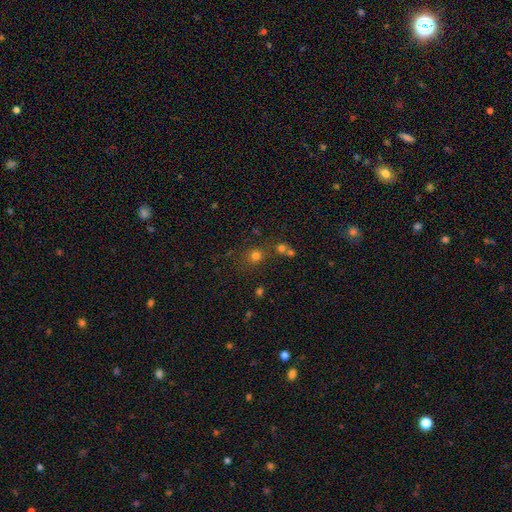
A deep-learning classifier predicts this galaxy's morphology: This is likely a smooth galaxy (71%). How rounded: clearly round (85%). Merging: likely none (71%).